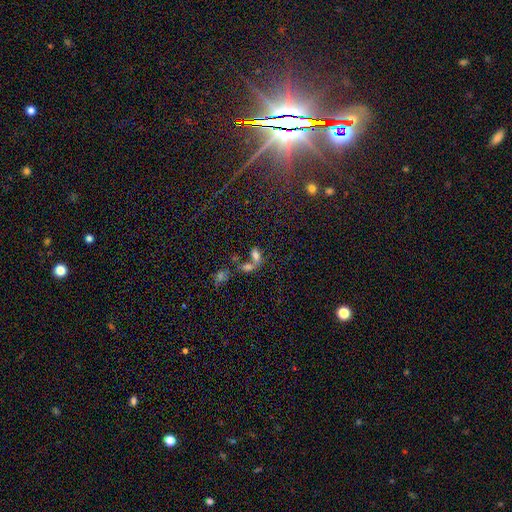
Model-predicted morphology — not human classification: Smooth or featured? Predicted: smooth (p=0.69). How rounded? Predicted: in between (p=0.84). Merging? Predicted: merger (p=0.60).